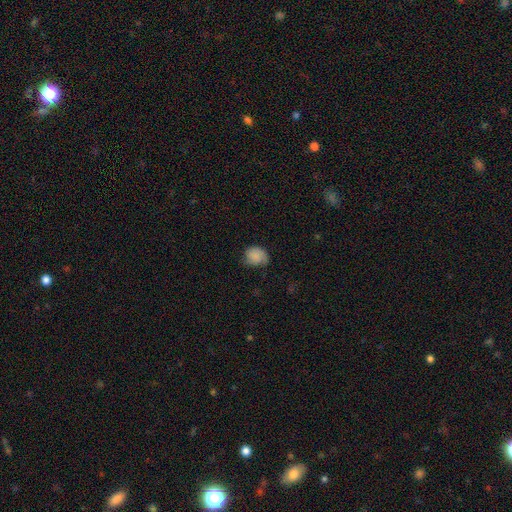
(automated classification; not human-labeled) Overall: smooth (68%). How rounded: round (55%; in between 44%). Merging: none (52%; minor disturbance 34%).